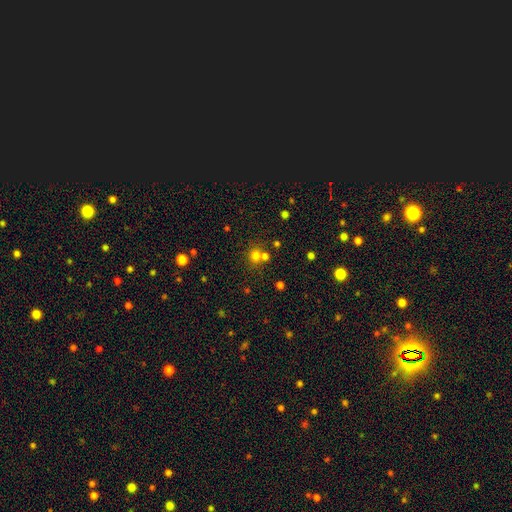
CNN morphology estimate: Smooth or featured?
  - smooth: 70% *
  - star or artifact: 21%
  - featured or disk: 9%
How rounded?
  - round: 85% *
  - in between: 14%
  - cigar-shaped: 1%
Merging?
  - none: 58% *
  - merger: 31%
  - minor disturbance: 7%
  - major disturbance: 3%